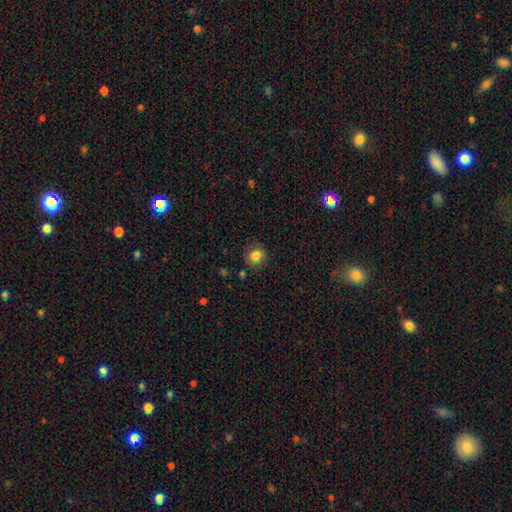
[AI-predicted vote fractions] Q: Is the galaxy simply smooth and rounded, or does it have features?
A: smooth — 84%.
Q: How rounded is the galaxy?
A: round — 85%.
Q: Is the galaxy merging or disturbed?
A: none — 85%.